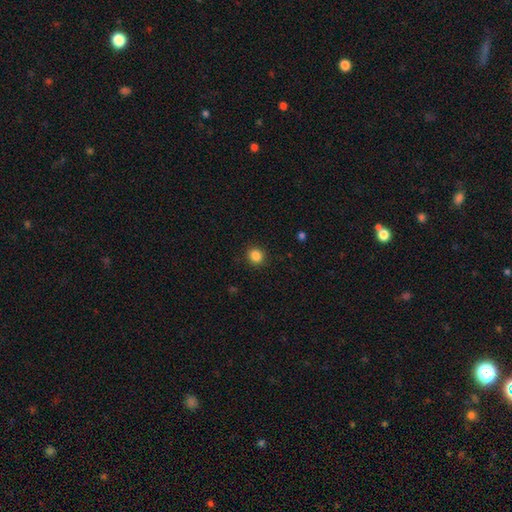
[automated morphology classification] type=smooth (85%); roundness=round (87%); merging=none (91%).